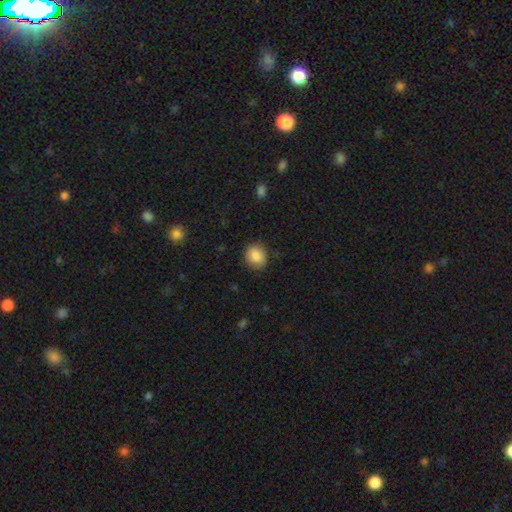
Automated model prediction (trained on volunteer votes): Smooth or featured? Predicted: smooth (p=0.87). How rounded? Predicted: round (p=0.73). Merging? Predicted: none (p=0.82).